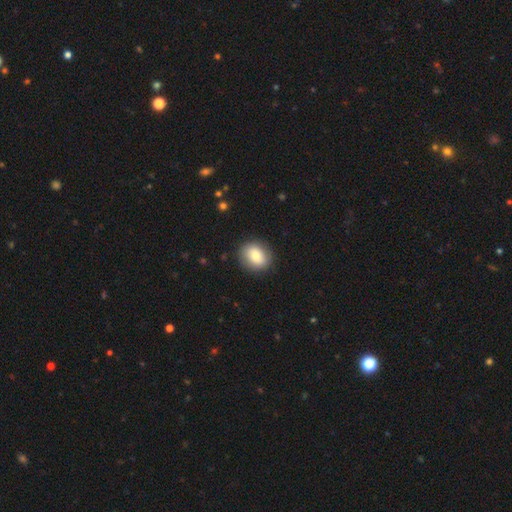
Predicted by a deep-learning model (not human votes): smooth 77%, featured or disk 16%, star or artifact 8%. Down the decision tree: how rounded — round (59%); merging — none (87%).